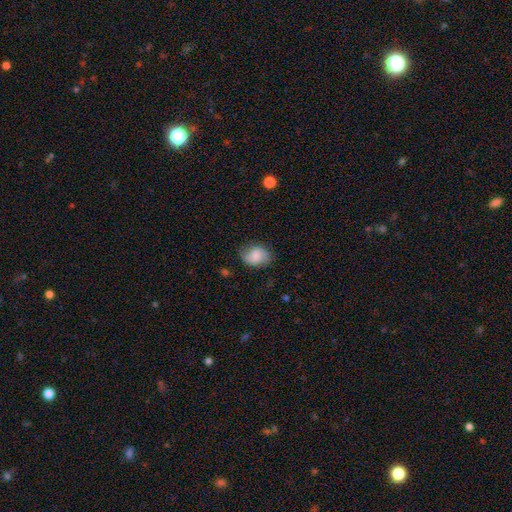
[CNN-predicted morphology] This appears to be a smooth galaxy with no disk features (67%) that is in between round and cigar-shaped (61%). Merging: none (71%).